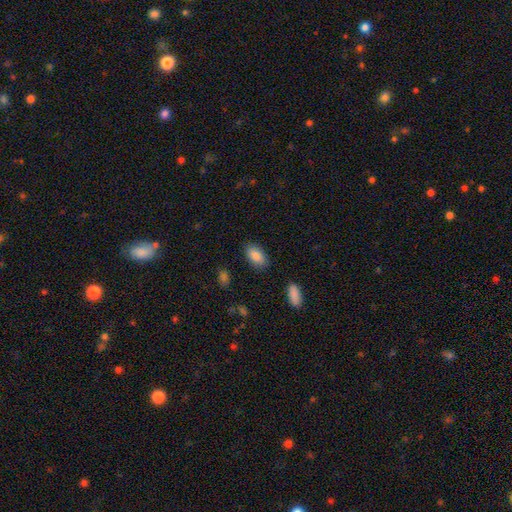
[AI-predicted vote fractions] The model was most divided on "merging": none: 86%, minor disturbance: 10%, major disturbance: 3%, merger: 2%. More confident: how rounded — in between (94%); smooth or featured — smooth (88%).